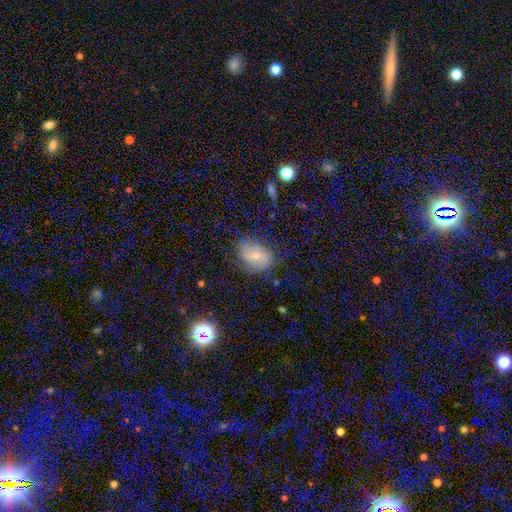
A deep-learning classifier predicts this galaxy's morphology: The model was most divided on "smooth or featured": smooth: 50%, featured or disk: 39%, star or artifact: 11%. More confident: merging — none (66%); how rounded — in between (66%).